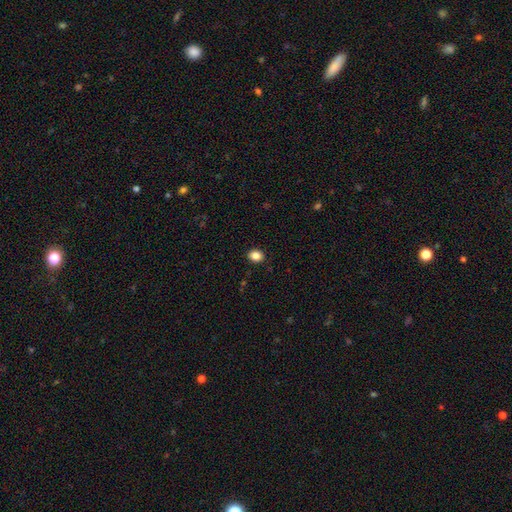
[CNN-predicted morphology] This appears to be a smooth galaxy with no disk features (86%) that is round (50%, tied with in between). Merging: none (90%).